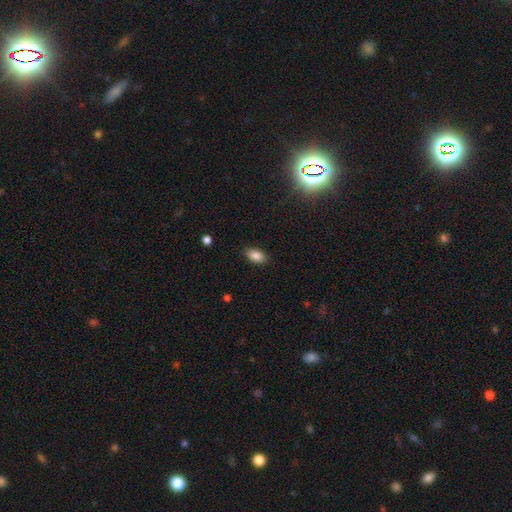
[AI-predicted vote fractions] A smooth galaxy with no disk features (86%) that is in between round and cigar-shaped (91%).

Vote fractions:
- Smooth or featured? smooth: 86% / star or artifact: 9% / featured or disk: 5%
- How rounded? in between: 91% / round: 6% / cigar-shaped: 4%
- Merging? none: 86% / minor disturbance: 10% / major disturbance: 3% / merger: 1%